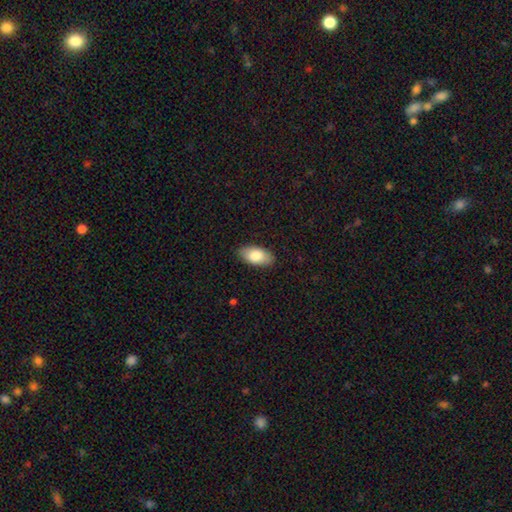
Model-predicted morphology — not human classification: smooth_or_featured: smooth (p=0.82) [alt: featured or disk p=0.12]
how_rounded: in between (p=0.94) [alt: cigar-shaped p=0.04]
merging: none (p=0.88) [alt: minor disturbance p=0.09]